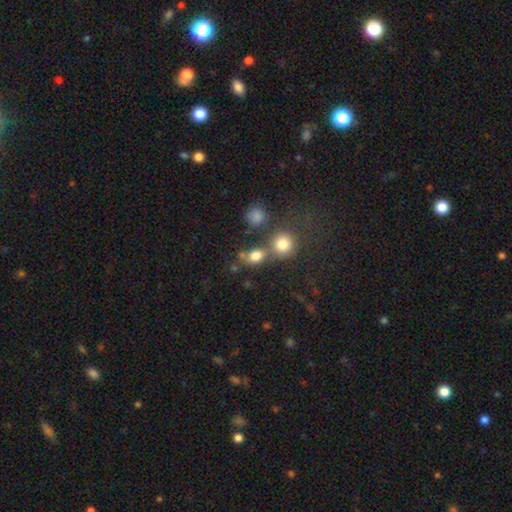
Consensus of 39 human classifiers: This appears to be a smooth galaxy with no disk features (82%) that is round (56%). Merging: none (51%).